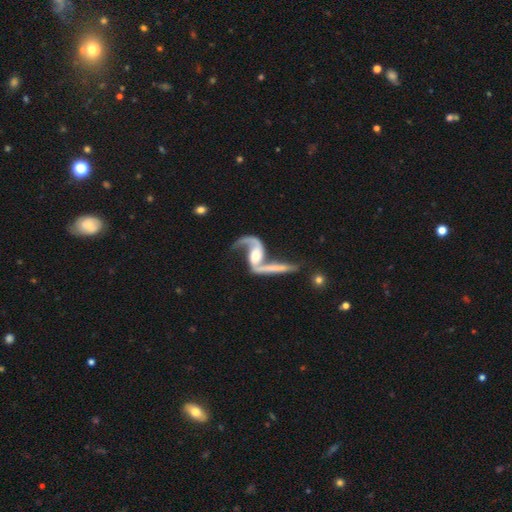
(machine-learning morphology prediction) This appears to be a featured or disk galaxy (84%) with no bar (43%), 2 (84%) loose (75%) spiral arms (93%) and a moderate central bulge (53%). Merging: merger (37%).